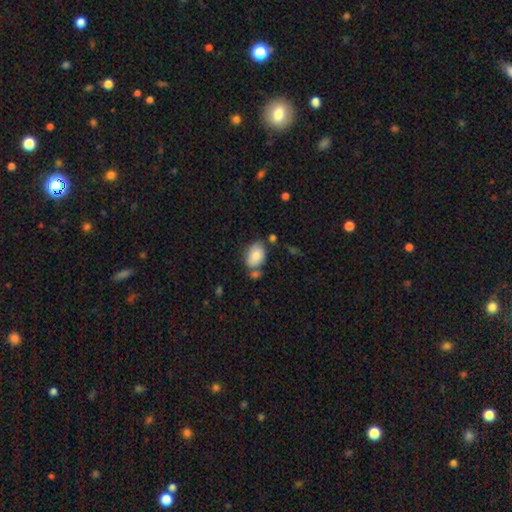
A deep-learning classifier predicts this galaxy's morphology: This is likely a smooth galaxy (80%). How rounded: clearly in between (80%). Merging: likely none (62%).